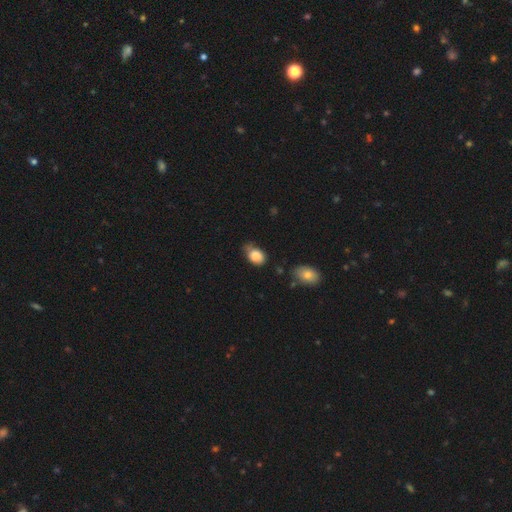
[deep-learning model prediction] The model was most divided on "merging": minor disturbance: 43%, none: 42%, major disturbance: 11%, merger: 4%. More confident: smooth or featured — smooth (84%); how rounded — in between (74%).